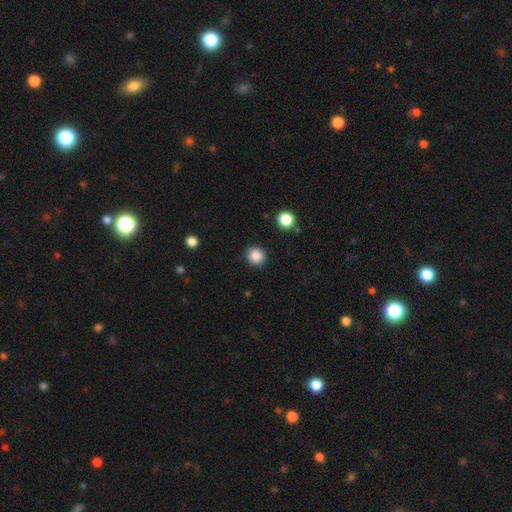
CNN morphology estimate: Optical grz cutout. It shows a smooth galaxy with no disk features (87%) that is round (89%). Merging: none (90%).